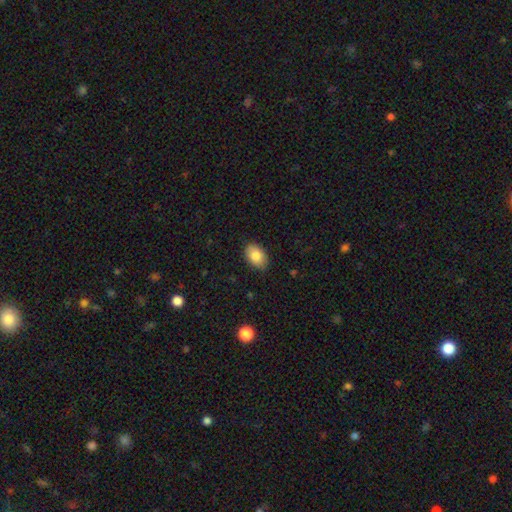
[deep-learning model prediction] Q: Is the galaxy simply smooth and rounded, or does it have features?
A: smooth — 85%.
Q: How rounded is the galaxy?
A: in between — 89%.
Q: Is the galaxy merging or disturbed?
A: none — 85%.